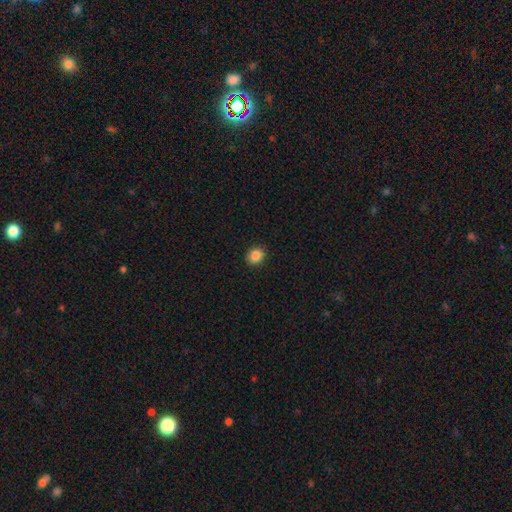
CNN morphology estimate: A smooth galaxy with no disk features (87%) that is round (67%).

Vote fractions:
- Smooth or featured? smooth: 87% / star or artifact: 9% / featured or disk: 3%
- How rounded? round: 67% / in between: 32% / cigar-shaped: 1%
- Merging? none: 91% / minor disturbance: 7% / major disturbance: 2% / merger: 1%